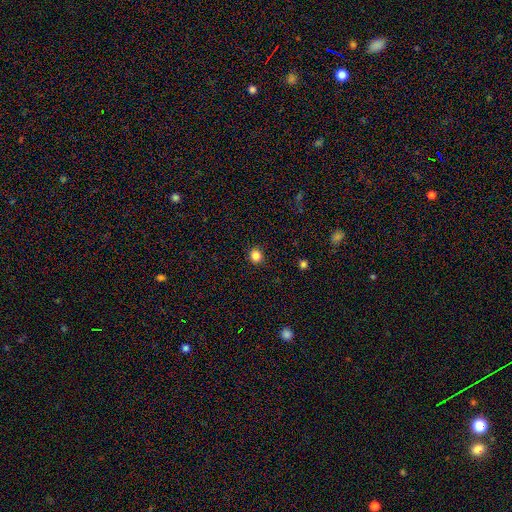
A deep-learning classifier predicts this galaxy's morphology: smooth-or-featured: smooth: 85% | star or artifact: 12% | featured or disk: 4%
  how-rounded: round: 86% | in between: 13% | cigar-shaped: 1%
  merging: none: 92% | minor disturbance: 5% | major disturbance: 2% | merger: 1%